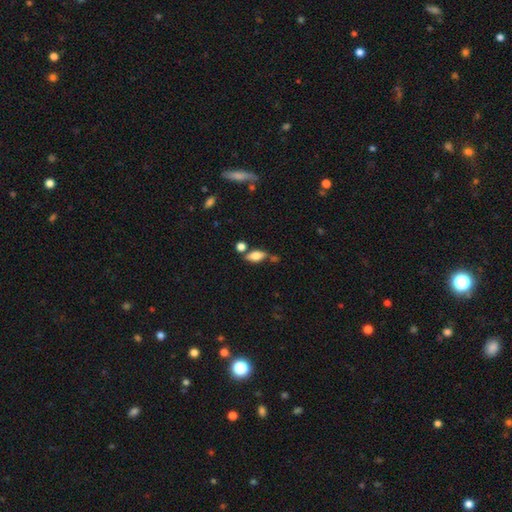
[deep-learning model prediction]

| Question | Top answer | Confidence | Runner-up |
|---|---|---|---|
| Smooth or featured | smooth | 66% | featured or disk (25%) |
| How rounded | in between | 81% | cigar-shaped (14%) |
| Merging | none | 64% | minor disturbance (16%) |